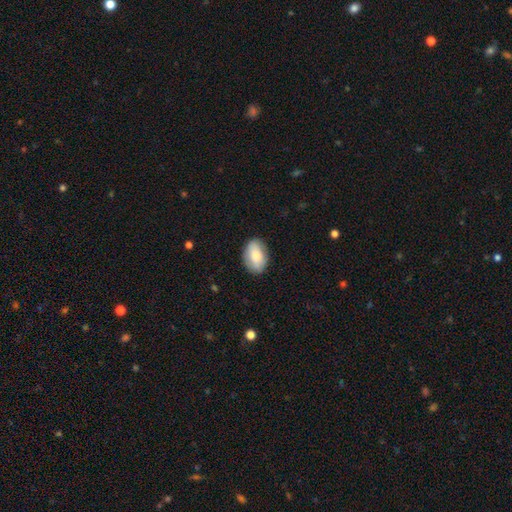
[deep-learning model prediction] Smooth or featured? smooth (77%)
How rounded? in between (90%)
Merging? none (82%)